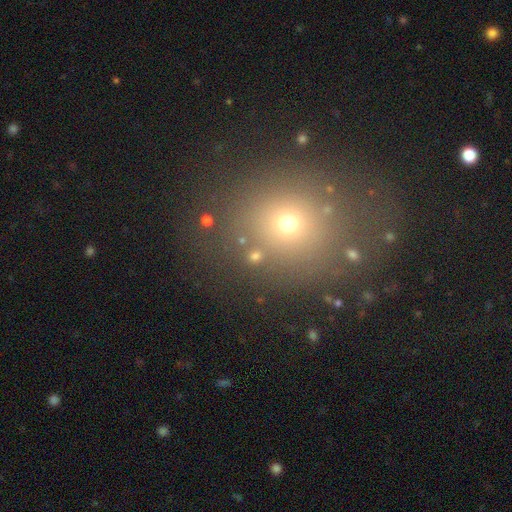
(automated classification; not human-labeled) Smooth or featured? smooth (62%)
How rounded? round (72%)
Merging? none (77%)